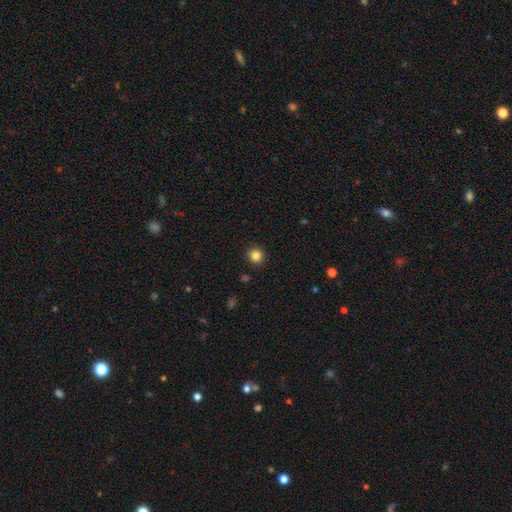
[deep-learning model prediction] Smooth or featured? Predicted: smooth (p=0.84). How rounded? Predicted: round (p=0.92). Merging? Predicted: none (p=0.91).